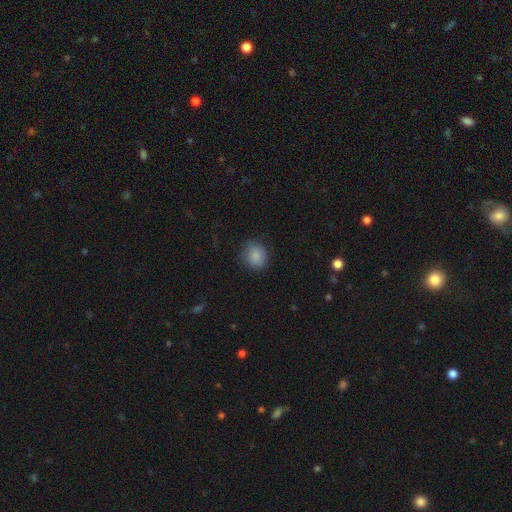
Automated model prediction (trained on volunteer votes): smooth-or-featured: smooth: 87% | star or artifact: 9% | featured or disk: 4%
  how-rounded: round: 78% | in between: 21% | cigar-shaped: 1%
  merging: none: 81% | minor disturbance: 15% | major disturbance: 4% | merger: 1%